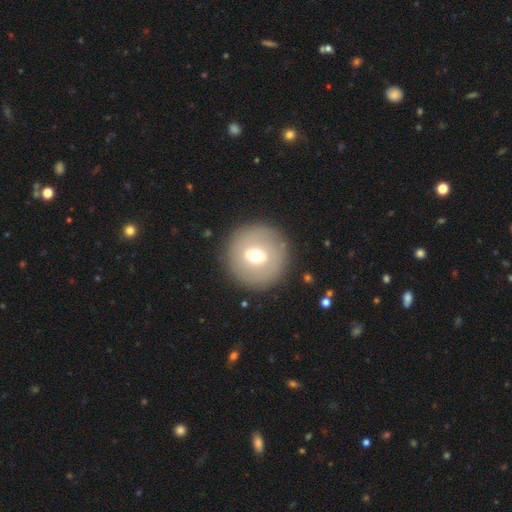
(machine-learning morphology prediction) Smooth or featured?
  - smooth: 57% *
  - featured or disk: 34%
  - star or artifact: 9%
How rounded?
  - round: 95% *
  - in between: 4%
  - cigar-shaped: 1%
Merging?
  - none: 88% *
  - minor disturbance: 7%
  - major disturbance: 4%
  - merger: 2%